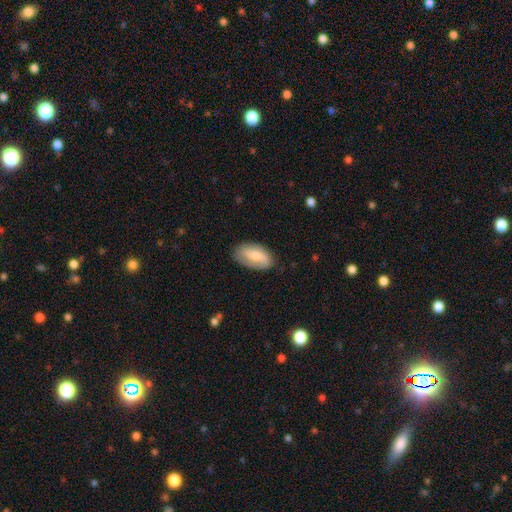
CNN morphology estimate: Smooth or featured?
  - smooth: 67% *
  - featured or disk: 27%
  - star or artifact: 6%
How rounded?
  - in between: 93% *
  - round: 4%
  - cigar-shaped: 3%
Merging?
  - none: 79% *
  - minor disturbance: 16%
  - major disturbance: 4%
  - merger: 1%